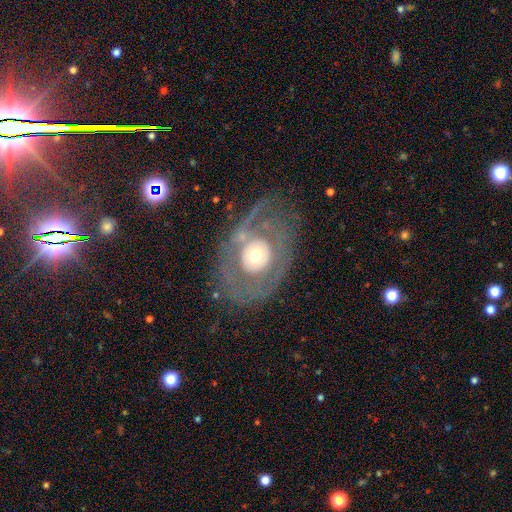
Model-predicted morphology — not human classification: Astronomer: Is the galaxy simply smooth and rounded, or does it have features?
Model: featured or disk — 61%.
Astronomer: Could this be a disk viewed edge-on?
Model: no — 94%.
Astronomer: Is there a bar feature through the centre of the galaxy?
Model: no — 86%.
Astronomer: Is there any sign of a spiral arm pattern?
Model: no — 76%.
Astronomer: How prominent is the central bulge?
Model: moderate — 61%.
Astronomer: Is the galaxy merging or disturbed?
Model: none — 63%.